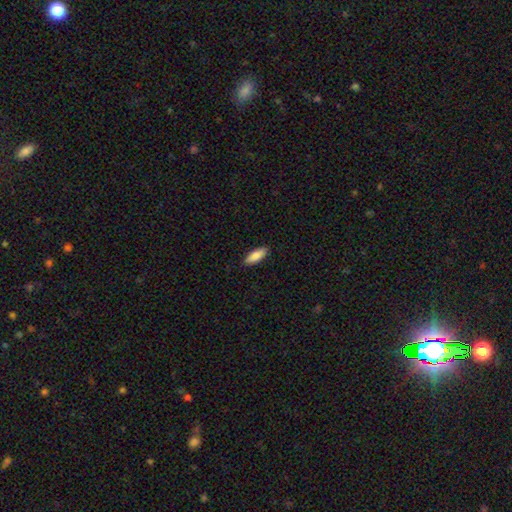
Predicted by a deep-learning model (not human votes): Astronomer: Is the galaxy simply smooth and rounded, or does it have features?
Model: smooth — 83%.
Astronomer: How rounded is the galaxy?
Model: in between — 64%.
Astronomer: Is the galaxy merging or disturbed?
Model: none — 88%.